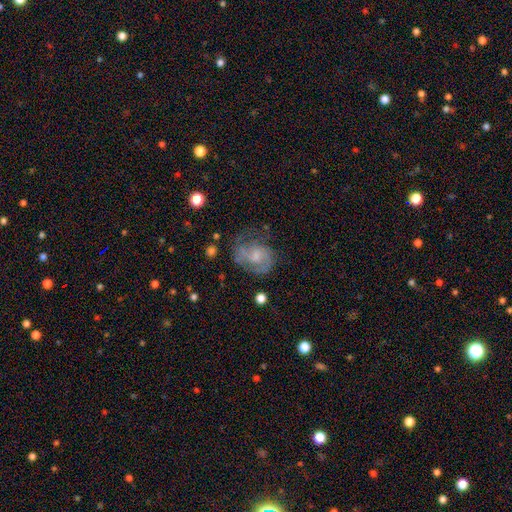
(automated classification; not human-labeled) Smooth or featured? featured or disk (66%)
Edge-on disk? no (97%)
Bar? no (58%)
Spiral arms? yes (82%)
Spiral winding? medium (48%)
Spiral arm count? 2 (61%)
Bulge size? small (37%)
Merging? none (53%)